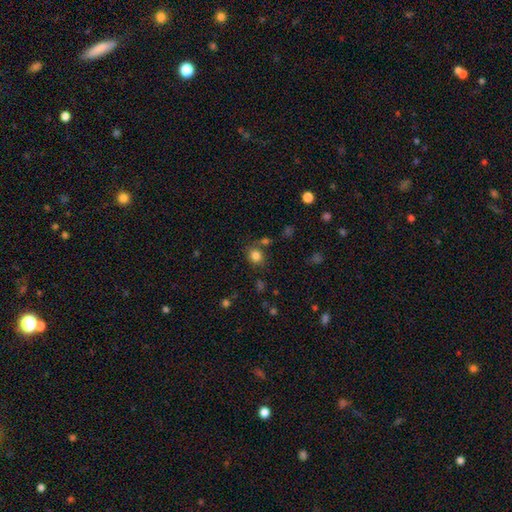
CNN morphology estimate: Smooth or featured: smooth — 82% (star or artifact — 12%)
How rounded: round — 66% (in between — 33%)
Merging: none — 72% (minor disturbance — 13%)